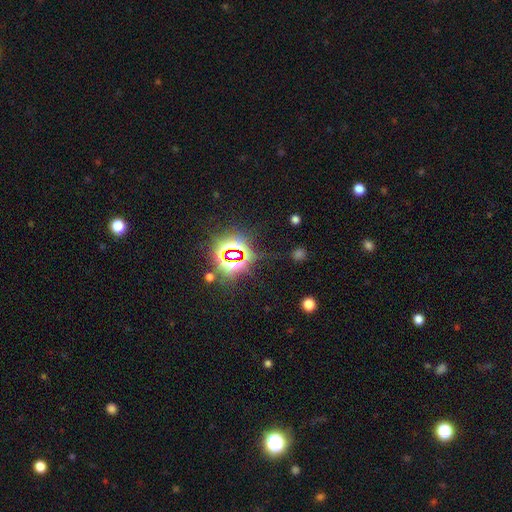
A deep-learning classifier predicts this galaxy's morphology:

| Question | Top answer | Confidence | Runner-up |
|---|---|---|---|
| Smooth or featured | star or artifact | 80% | smooth (12%) |